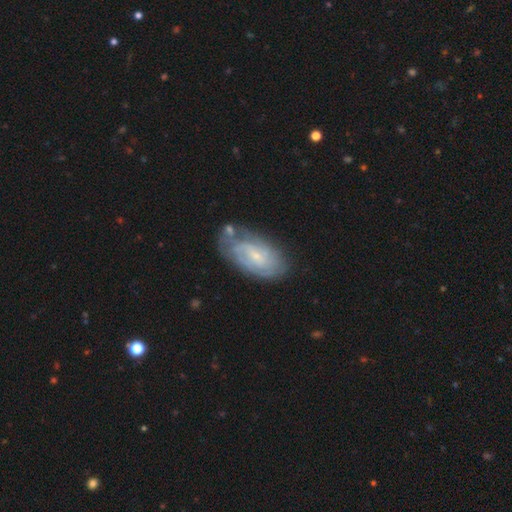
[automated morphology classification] Overall: featured or disk (70%). Edge-on disk: no (95%). Bar: no (47%; weak 45%). Spiral arms: yes (84%). Spiral arm count: can't tell (47%; 2 32%). Spiral winding: tight (58%; medium 31%). Bulge size: small (74%). Merging: none (60%; minor disturbance 23%).